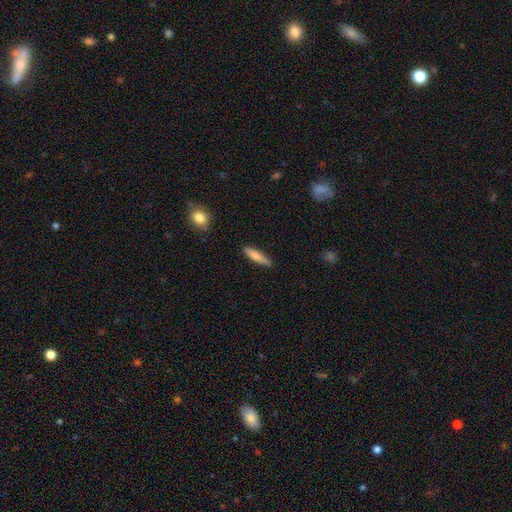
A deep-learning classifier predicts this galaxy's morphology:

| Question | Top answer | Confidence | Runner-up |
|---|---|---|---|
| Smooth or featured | smooth | 72% | featured or disk (22%) |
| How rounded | cigar-shaped | 80% | in between (18%) |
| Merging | none | 82% | minor disturbance (14%) |